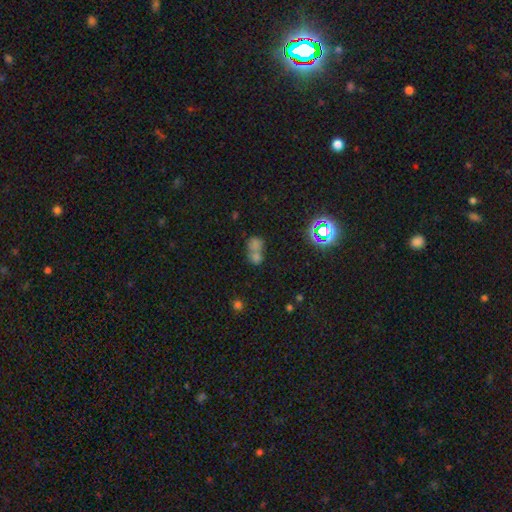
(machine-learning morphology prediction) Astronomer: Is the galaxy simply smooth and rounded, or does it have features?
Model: smooth — 57%.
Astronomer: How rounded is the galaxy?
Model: round — 57% (runner-up: in between, 41%).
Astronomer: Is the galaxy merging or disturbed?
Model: merger — 63%.